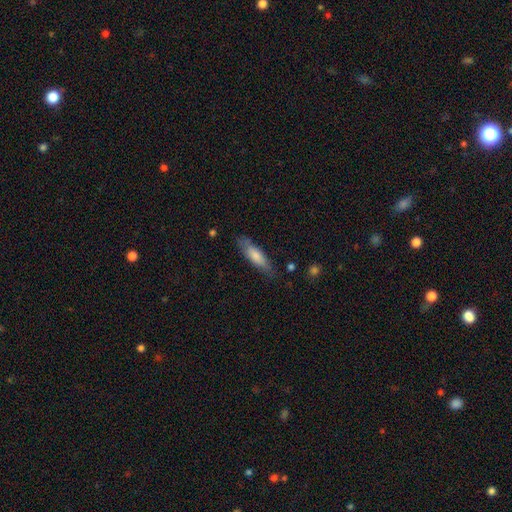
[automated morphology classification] smooth_or_featured: smooth (p=0.76) [alt: featured or disk p=0.19]
how_rounded: cigar-shaped (p=0.57) [alt: in between p=0.41]
merging: none (p=0.74) [alt: minor disturbance p=0.19]